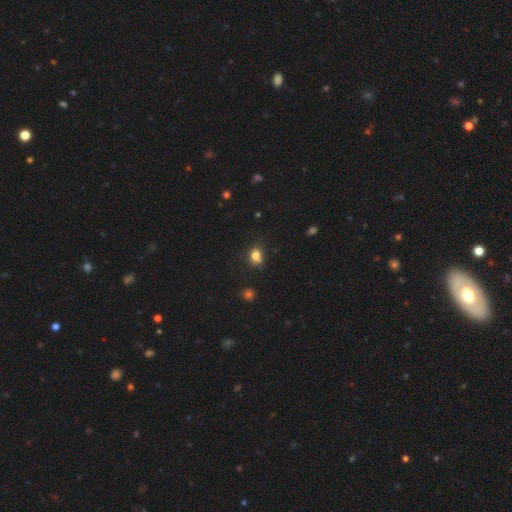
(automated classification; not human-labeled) Smooth or featured: smooth — 82% (star or artifact — 13%)
How rounded: round — 53% (in between — 46%)
Merging: none — 73% (minor disturbance — 19%)